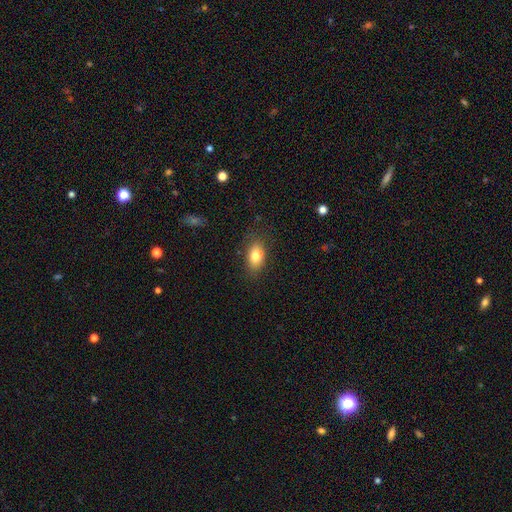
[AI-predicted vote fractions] Smooth or featured?
  - smooth: 80% *
  - featured or disk: 11%
  - star or artifact: 9%
How rounded?
  - in between: 87% *
  - round: 10%
  - cigar-shaped: 2%
Merging?
  - none: 80% *
  - minor disturbance: 14%
  - major disturbance: 4%
  - merger: 1%